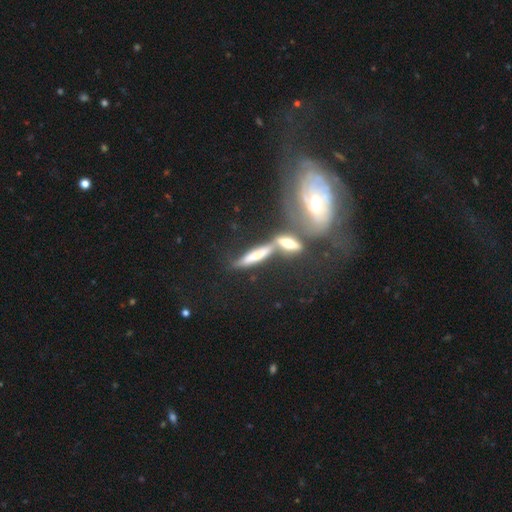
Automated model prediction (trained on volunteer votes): smooth_or_featured: smooth (p=0.49) [alt: featured or disk p=0.41]
merging: none (p=0.41) [alt: merger p=0.40]